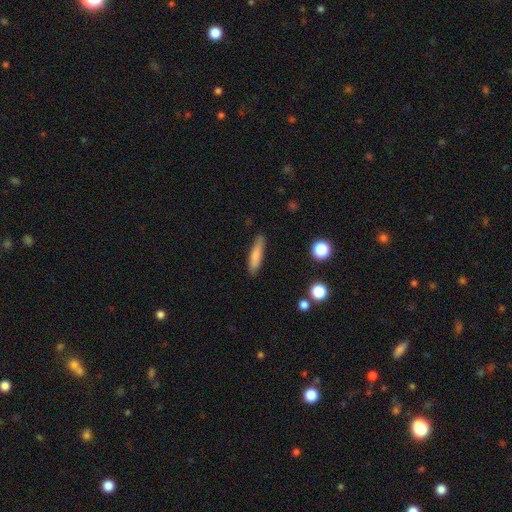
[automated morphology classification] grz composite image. It shows a smooth galaxy with no disk features (77%) that is cigar-shaped (81%). Merging: none (85%).